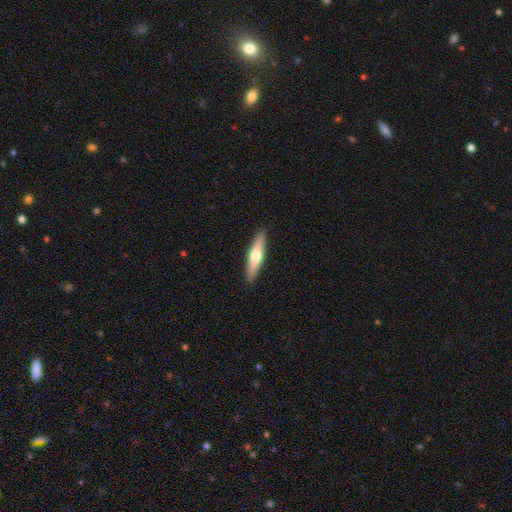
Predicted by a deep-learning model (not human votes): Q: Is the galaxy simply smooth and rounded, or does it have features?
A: smooth — 49%.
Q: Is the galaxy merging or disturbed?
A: none — 91%.